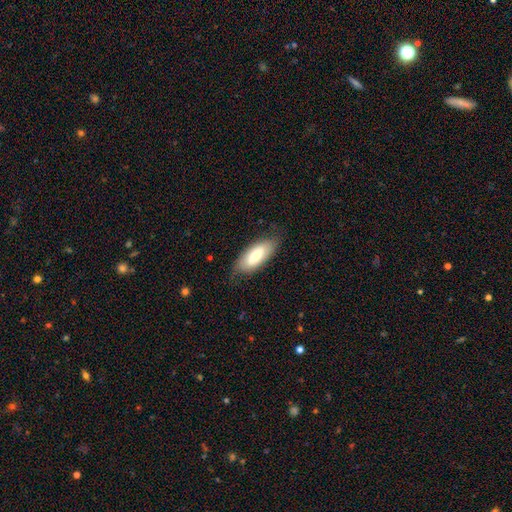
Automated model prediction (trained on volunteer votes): A smooth galaxy with no disk features (75%) that is in between round and cigar-shaped (83%).

Vote fractions:
- Smooth or featured? smooth: 75% / featured or disk: 20% / star or artifact: 6%
- How rounded? in between: 83% / cigar-shaped: 16% / round: 2%
- Merging? none: 75% / minor disturbance: 19% / major disturbance: 5% / merger: 1%